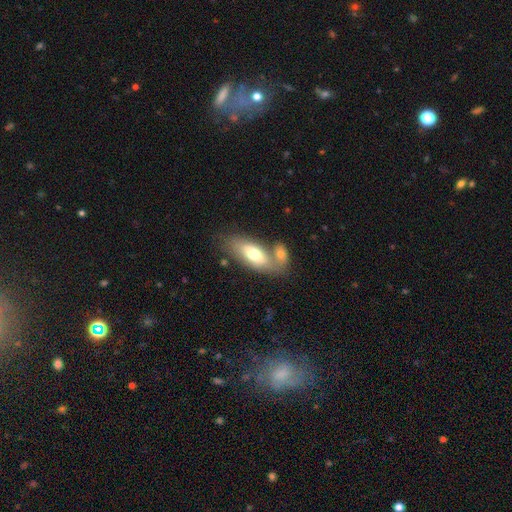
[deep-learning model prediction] Overall: smooth (64%; featured or disk 29%). How rounded: in between (80%). Merging: none (44%; merger 38%).